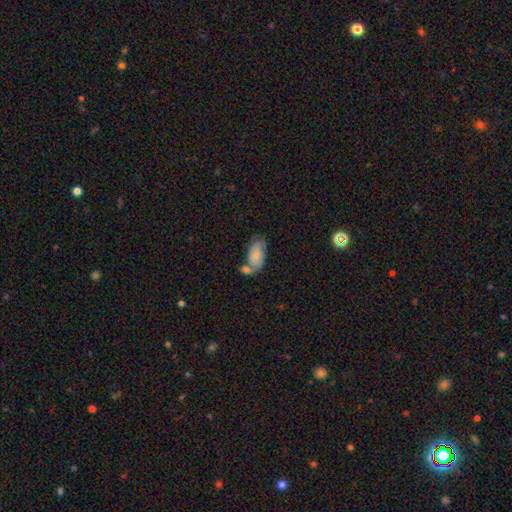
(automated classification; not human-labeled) Smooth or featured: smooth — 72% (featured or disk — 21%)
How rounded: in between — 93% (round — 4%)
Merging: none — 41% (merger — 33%)